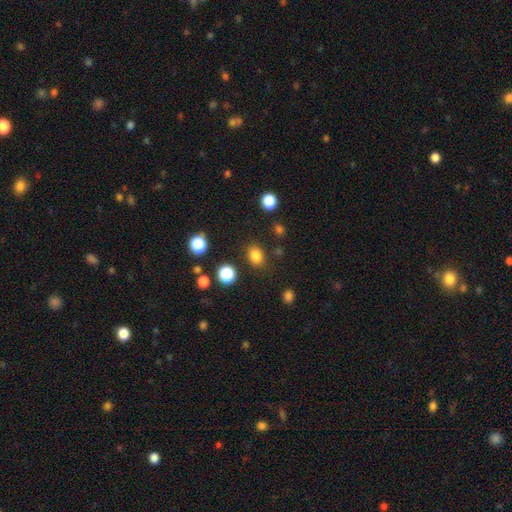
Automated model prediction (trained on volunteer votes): Overall: smooth (81%). How rounded: in between (57%; round 42%). Merging: none (82%).